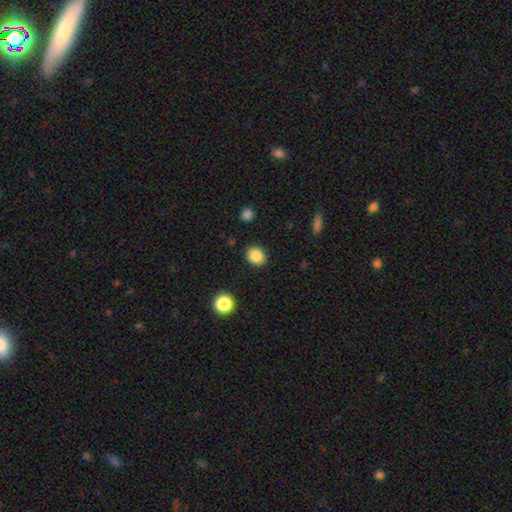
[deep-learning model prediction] smooth_or_featured: smooth (p=0.86) [alt: star or artifact p=0.09]
how_rounded: round (p=0.54) [alt: in between p=0.46]
merging: none (p=0.88) [alt: minor disturbance p=0.08]